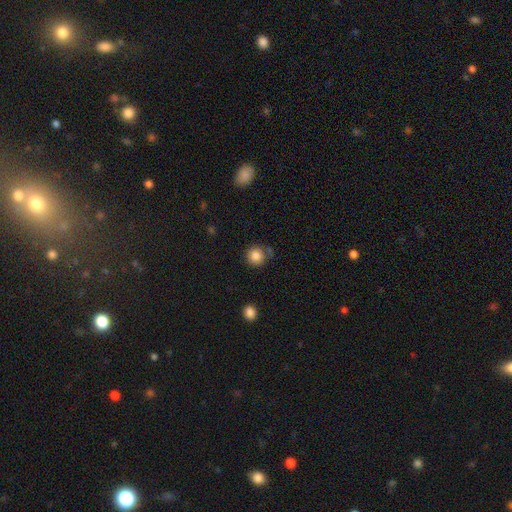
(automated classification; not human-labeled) Smooth or featured? smooth (84%)
How rounded? round (94%)
Merging? none (76%)